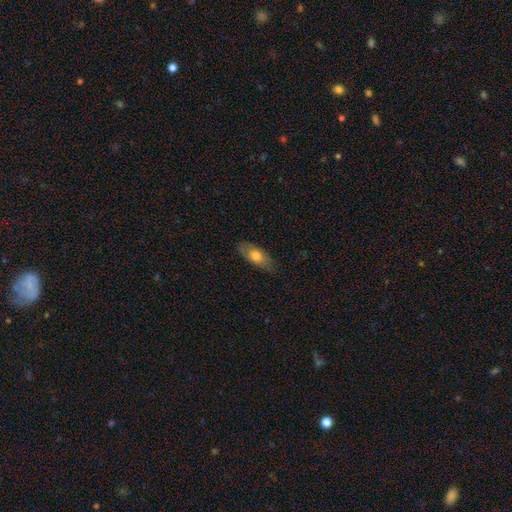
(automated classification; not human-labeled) Smooth or featured: smooth — 67% (featured or disk — 26%)
How rounded: in between — 83% (cigar-shaped — 14%)
Merging: none — 76% (minor disturbance — 19%)